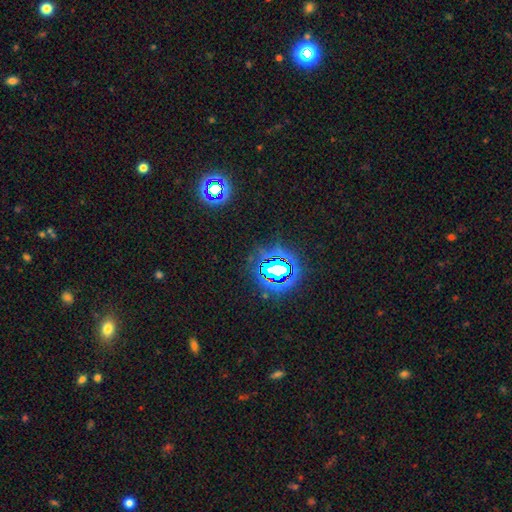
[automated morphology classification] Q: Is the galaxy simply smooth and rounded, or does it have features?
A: star or artifact — 80%.